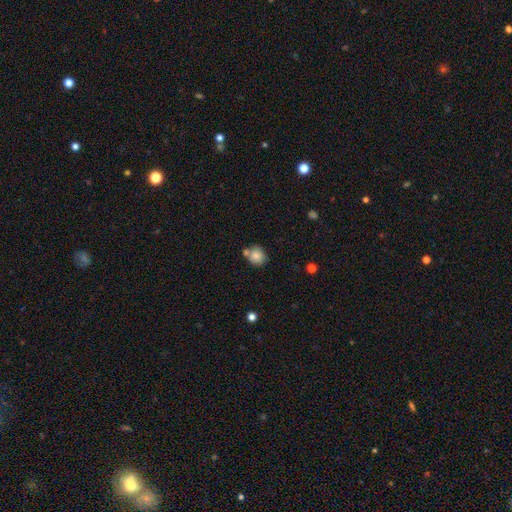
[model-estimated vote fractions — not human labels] Morphology: type=smooth (81%); roundness=round (81%); merging=none (59%).